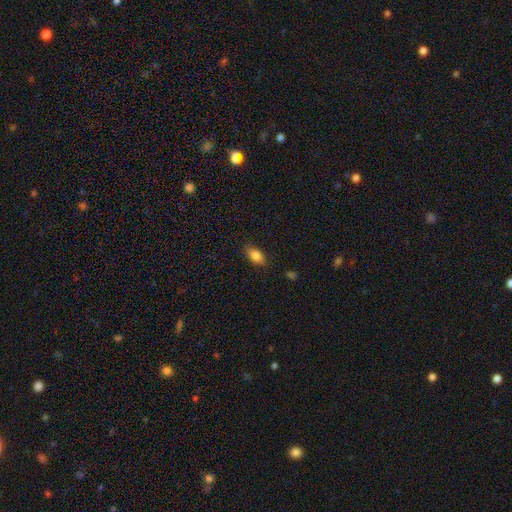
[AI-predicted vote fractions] A smooth galaxy with no disk features (82%) that is in between round and cigar-shaped (86%). Merging: none (84%).